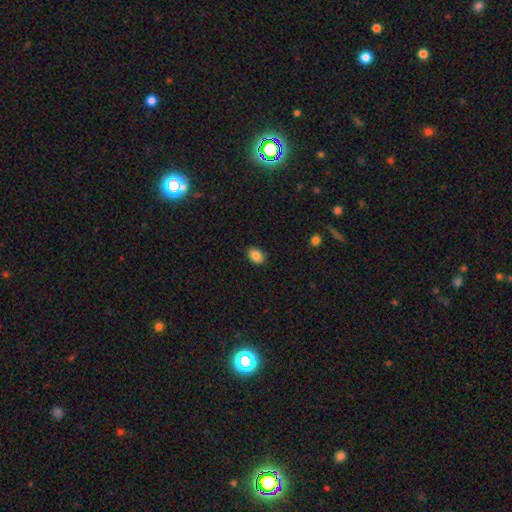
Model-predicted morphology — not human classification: Smooth or featured?
  - smooth: 87% *
  - star or artifact: 9%
  - featured or disk: 5%
How rounded?
  - in between: 77% *
  - round: 22%
  - cigar-shaped: 1%
Merging?
  - none: 88% *
  - minor disturbance: 9%
  - major disturbance: 2%
  - merger: 1%